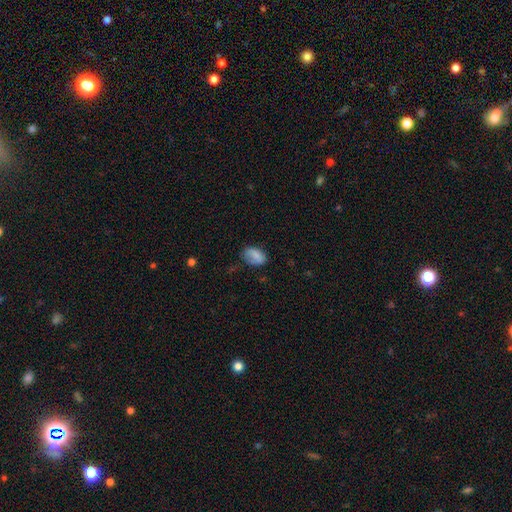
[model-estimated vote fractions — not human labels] Smooth or featured? smooth (79%)
How rounded? in between (87%)
Merging? none (57%)